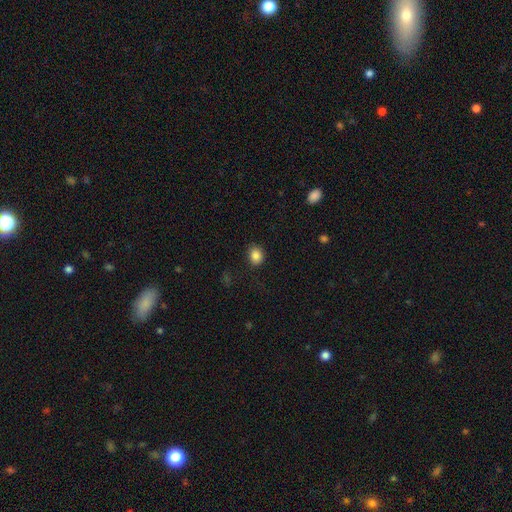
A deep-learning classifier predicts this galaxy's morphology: A smooth galaxy with no disk features (86%) that is round (63%).

Vote fractions:
- Smooth or featured? smooth: 86% / star or artifact: 10% / featured or disk: 4%
- How rounded? round: 63% / in between: 36% / cigar-shaped: 1%
- Merging? none: 86% / minor disturbance: 10% / major disturbance: 3% / merger: 1%